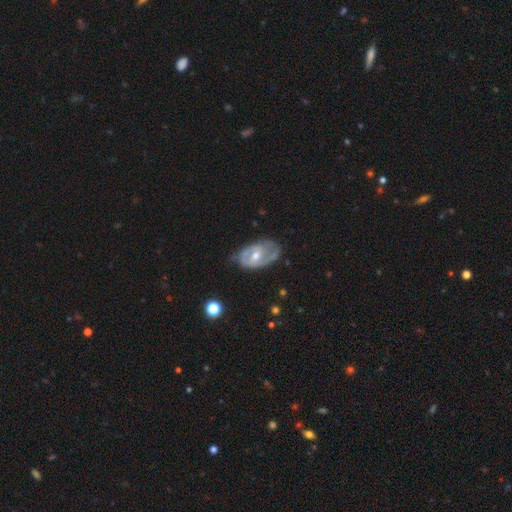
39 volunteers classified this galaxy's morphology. featured or disk 95%, smooth 5%, star or artifact 0%. Down the decision tree: edge-on disk — no (95%); bar — no (40%); spiral arms — yes (86%); spiral arm count — 1 (33%); spiral winding — tight (57%); bulge size — moderate (69%); merging — none (56%).